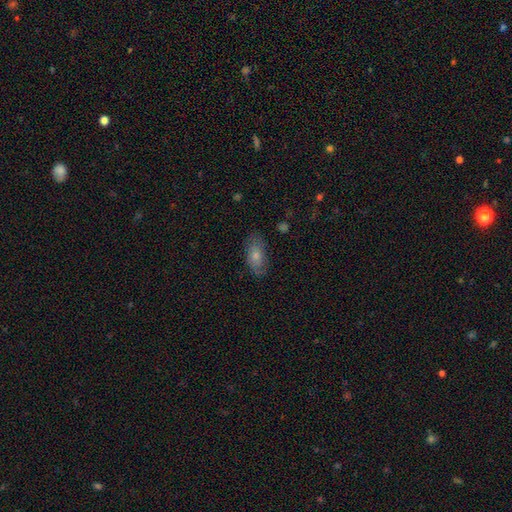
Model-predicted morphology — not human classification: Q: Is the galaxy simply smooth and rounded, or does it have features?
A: smooth — 70%.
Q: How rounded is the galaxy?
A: in between — 90%.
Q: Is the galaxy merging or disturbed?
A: none — 73%.